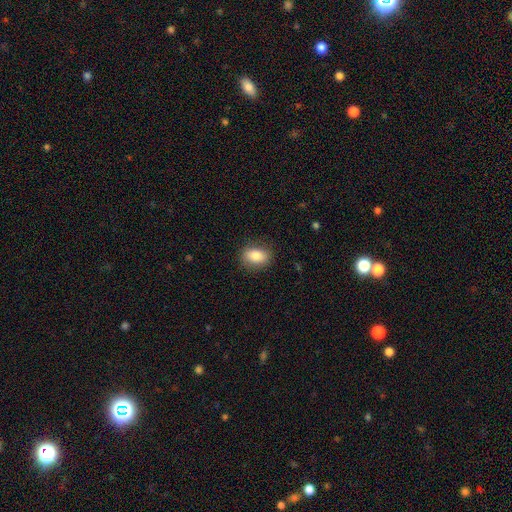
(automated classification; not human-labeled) Q: Smooth or featured?
A: smooth (83%); runner-up: featured or disk (9%)
Q: How rounded?
A: in between (79%); runner-up: round (19%)
Q: Merging?
A: none (85%); runner-up: minor disturbance (11%)